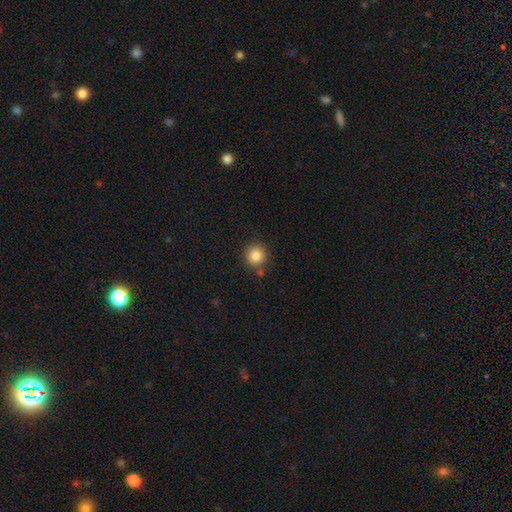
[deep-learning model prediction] Smooth or featured? Predicted: smooth (p=0.85). How rounded? Predicted: round (p=0.94). Merging? Predicted: none (p=0.82).